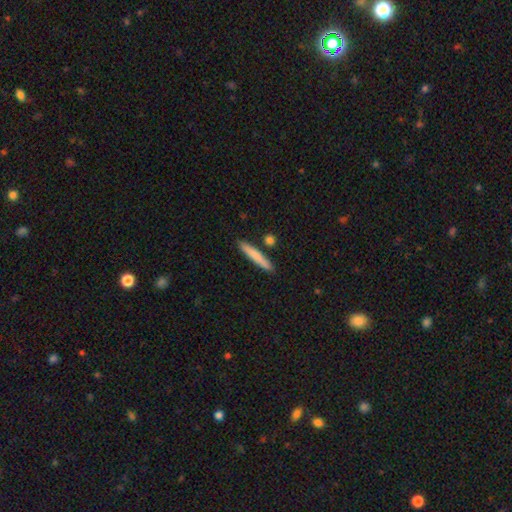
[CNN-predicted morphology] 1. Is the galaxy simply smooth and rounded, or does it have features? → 76% smooth, 18% featured or disk, 6% star or artifact.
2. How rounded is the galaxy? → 94% cigar-shaped, 5% in between, 1% round.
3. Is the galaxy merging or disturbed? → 86% none, 8% minor disturbance, 4% merger, 2% major disturbance.